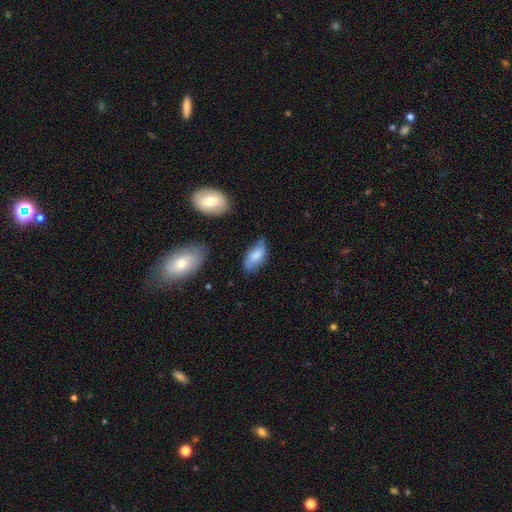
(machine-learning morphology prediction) type=smooth (66%); roundness=in between (90%); merging=none (58%).